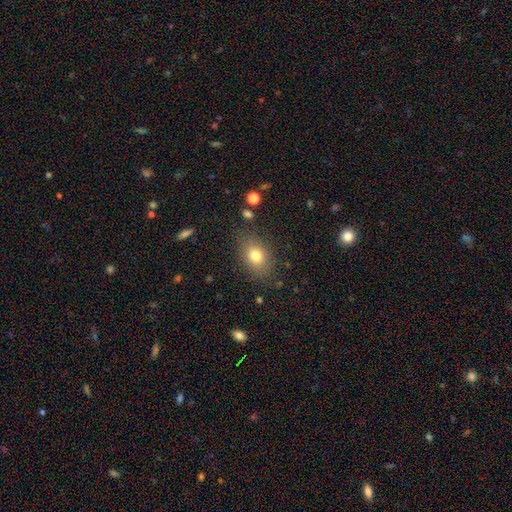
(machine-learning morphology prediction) type=smooth (77%); roundness=in between (76%); merging=none (81%).